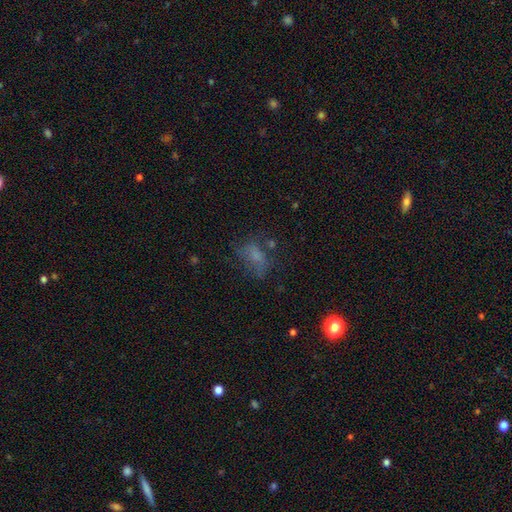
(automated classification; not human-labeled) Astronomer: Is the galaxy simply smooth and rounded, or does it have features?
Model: smooth — 57%.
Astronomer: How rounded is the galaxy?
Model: in between — 75%.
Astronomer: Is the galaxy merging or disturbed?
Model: none — 46% (runner-up: major disturbance, 26%).